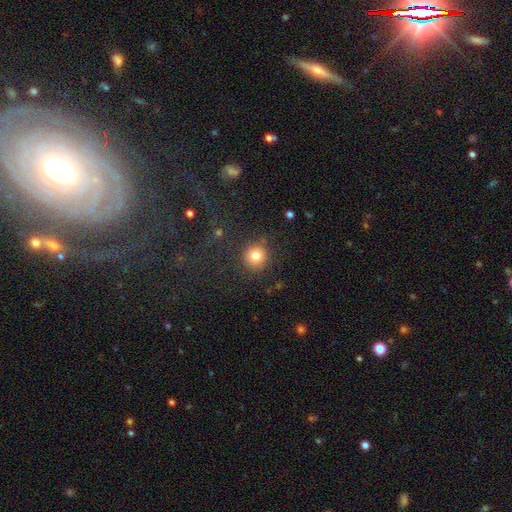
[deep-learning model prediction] Smooth or featured?
  - smooth: 81% *
  - star or artifact: 13%
  - featured or disk: 7%
How rounded?
  - round: 91% *
  - in between: 8%
  - cigar-shaped: 1%
Merging?
  - none: 86% *
  - minor disturbance: 8%
  - major disturbance: 4%
  - merger: 2%